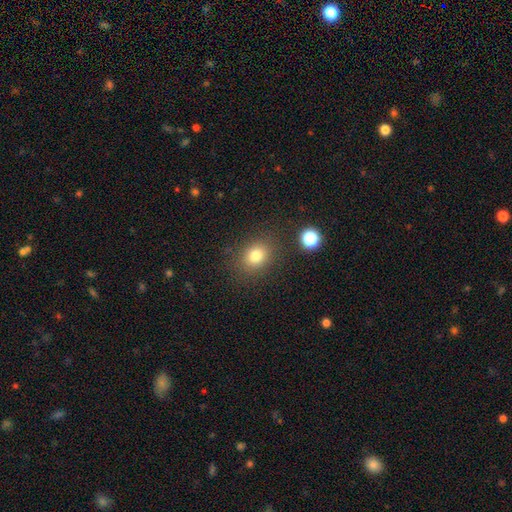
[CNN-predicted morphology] This appears to be a smooth galaxy with no disk features (79%) that is round (56%). Merging: none (82%).